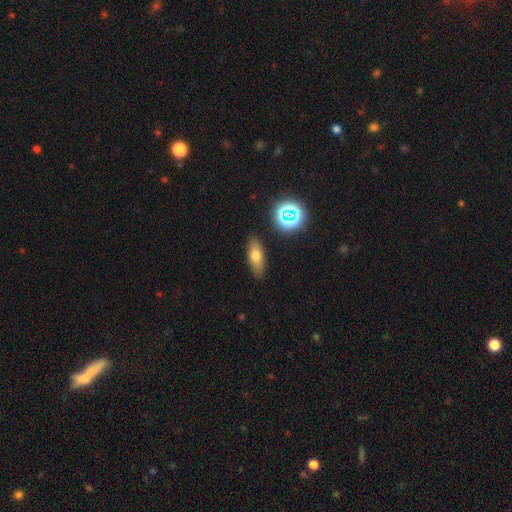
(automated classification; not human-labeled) Morphology: type=smooth (69%); roundness=in between (67%); merging=none (86%).